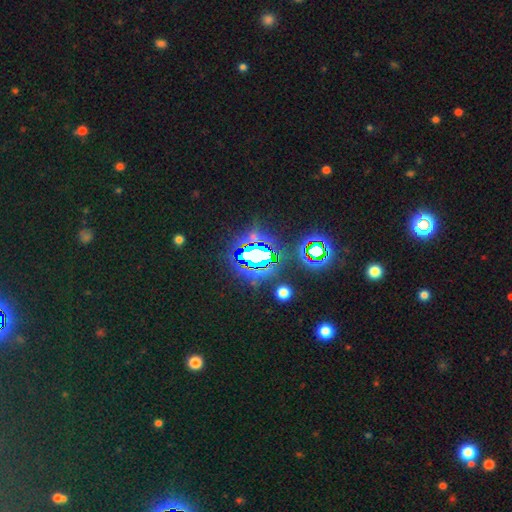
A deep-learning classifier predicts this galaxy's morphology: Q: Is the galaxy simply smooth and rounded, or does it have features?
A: star or artifact — 75%.